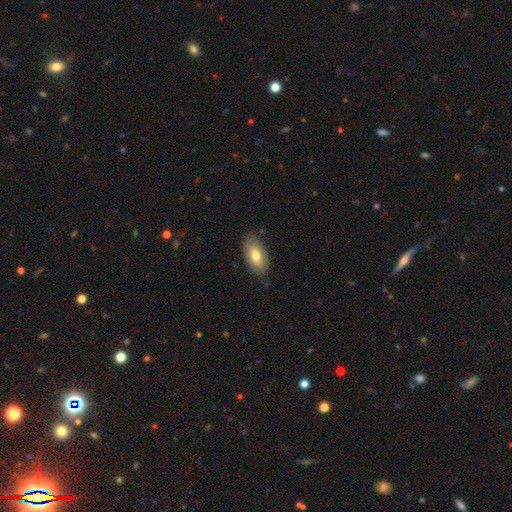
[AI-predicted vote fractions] Q: Smooth or featured?
A: smooth (71%); runner-up: featured or disk (23%)
Q: How rounded?
A: in between (92%); runner-up: cigar-shaped (5%)
Q: Merging?
A: none (85%); runner-up: minor disturbance (12%)